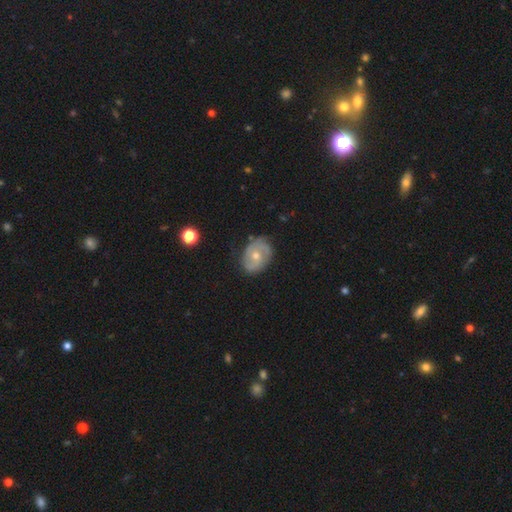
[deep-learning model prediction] featured or disk 68%, smooth 24%, star or artifact 9%. Down the decision tree: edge-on disk — no (96%); bar — no (69%); spiral arms — yes (81%); spiral arm count — 2 (59%); spiral winding — tight (49%); bulge size — moderate (58%); merging — none (76%).